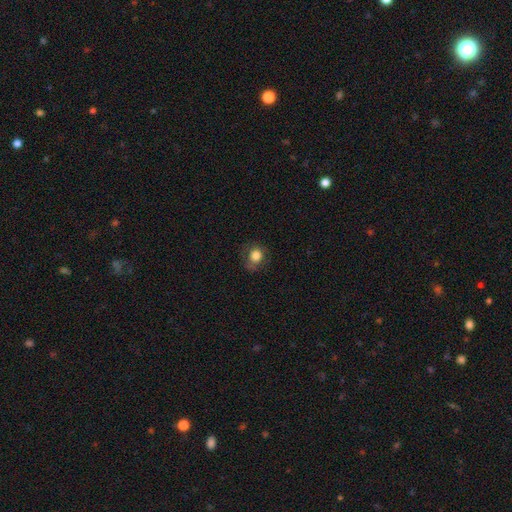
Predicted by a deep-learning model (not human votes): Smooth or featured? Predicted: smooth (p=0.80). How rounded? Predicted: round (p=0.74). Merging? Predicted: none (p=0.69).